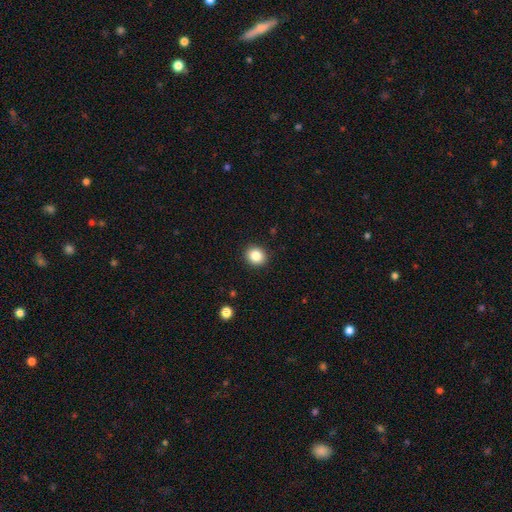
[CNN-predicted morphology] smooth-or-featured: smooth: 85% | star or artifact: 10% | featured or disk: 5%
  how-rounded: round: 79% | in between: 20% | cigar-shaped: 1%
  merging: none: 91% | minor disturbance: 6% | major disturbance: 2% | merger: 1%